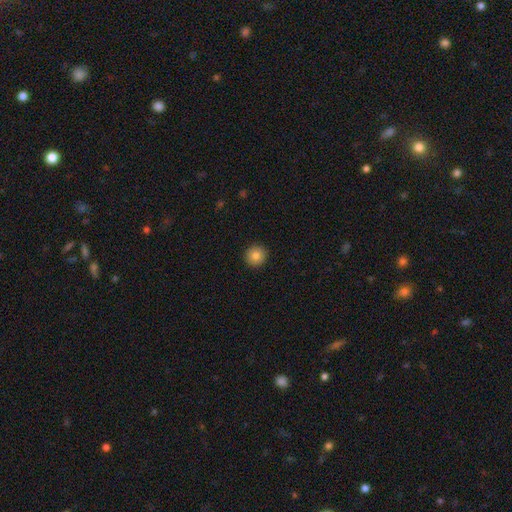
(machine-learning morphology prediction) type=smooth (83%); roundness=round (94%); merging=none (93%).